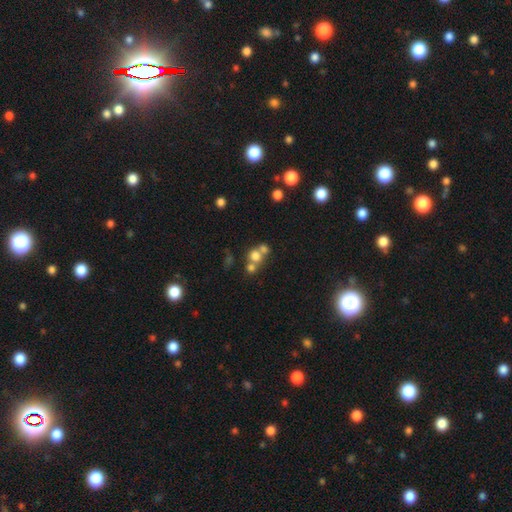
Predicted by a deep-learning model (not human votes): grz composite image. It shows a smooth galaxy with no disk features (67%) that is round (81%). Merging: merger (51%).